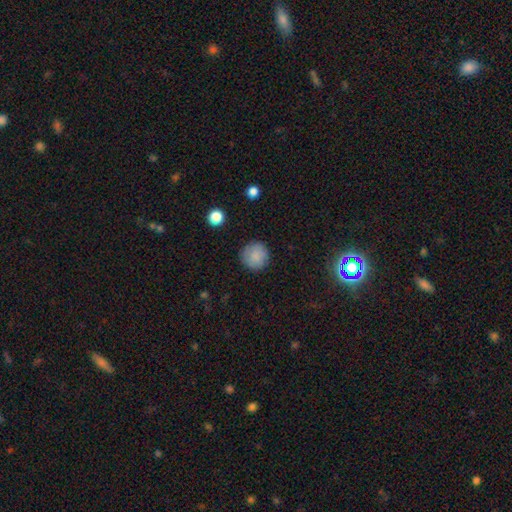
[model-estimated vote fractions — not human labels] A smooth galaxy with no disk features (86%) that is round (94%).

Vote fractions:
- Smooth or featured? smooth: 86% / star or artifact: 9% / featured or disk: 5%
- How rounded? round: 94% / in between: 5% / cigar-shaped: 1%
- Merging? none: 87% / minor disturbance: 9% / major disturbance: 3% / merger: 1%